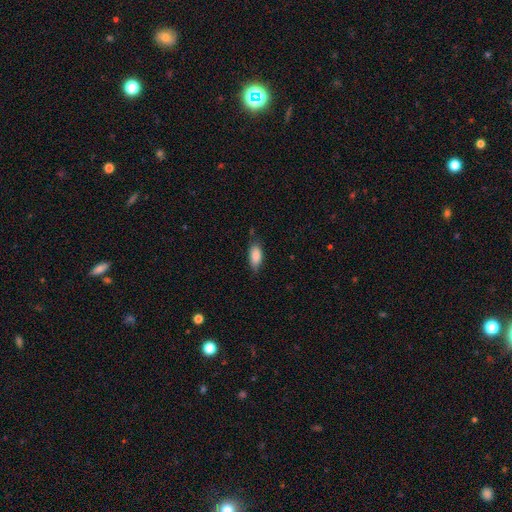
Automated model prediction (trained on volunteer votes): This appears to be a smooth galaxy with no disk features (87%) that is in between round and cigar-shaped (87%). Merging: none (70%).